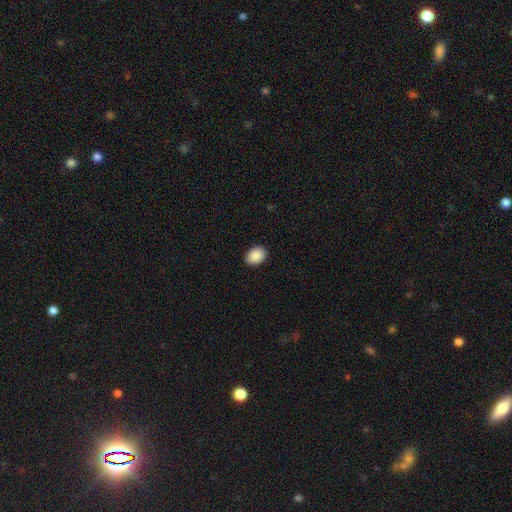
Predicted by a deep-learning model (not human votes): Smooth or featured? smooth (90%)
How rounded? in between (73%)
Merging? none (89%)